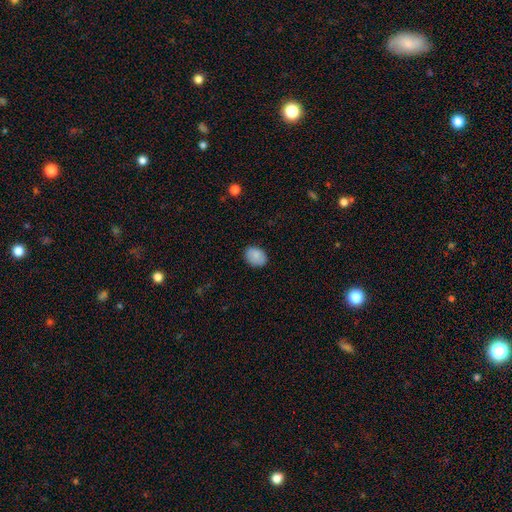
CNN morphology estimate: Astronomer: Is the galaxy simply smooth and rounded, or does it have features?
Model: smooth — 86%.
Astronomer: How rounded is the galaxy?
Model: in between — 63%.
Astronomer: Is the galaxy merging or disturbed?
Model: none — 84%.